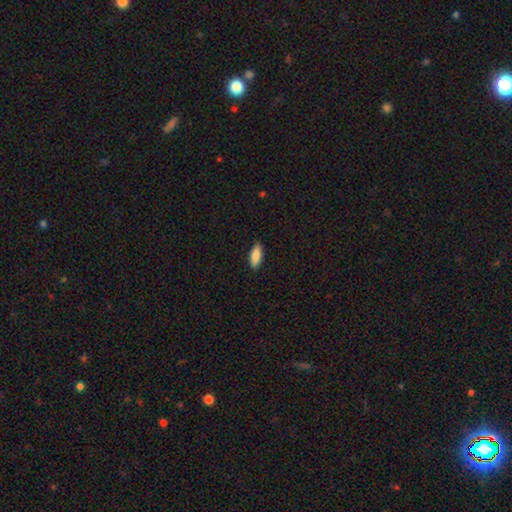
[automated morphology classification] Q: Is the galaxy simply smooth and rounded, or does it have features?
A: smooth — 88%.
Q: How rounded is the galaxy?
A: in between — 72%.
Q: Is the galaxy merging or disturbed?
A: none — 89%.